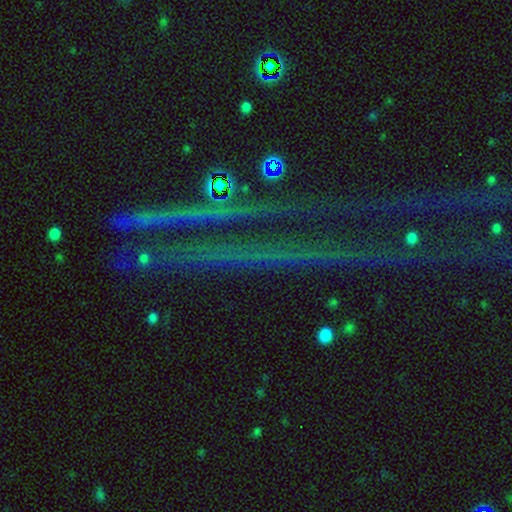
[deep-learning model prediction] Smooth or featured?
  - star or artifact: 81% *
  - featured or disk: 12%
  - smooth: 8%